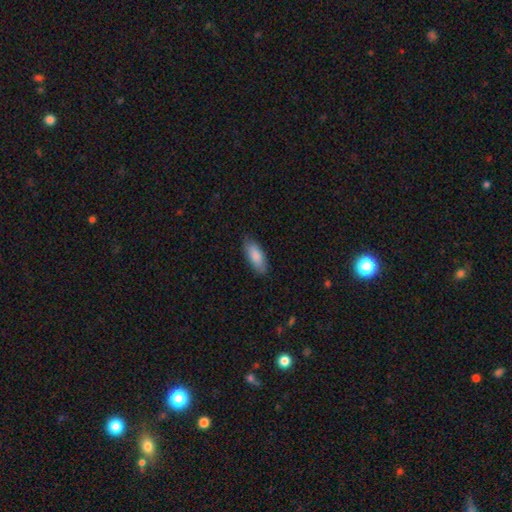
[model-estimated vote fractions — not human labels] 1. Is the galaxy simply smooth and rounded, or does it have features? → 87% smooth, 7% featured or disk, 5% star or artifact.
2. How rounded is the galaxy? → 79% in between, 20% cigar-shaped, 2% round.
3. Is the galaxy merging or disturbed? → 85% none, 12% minor disturbance, 2% major disturbance, 1% merger.